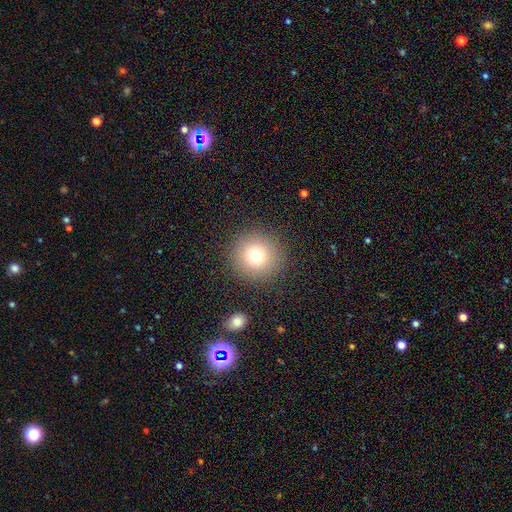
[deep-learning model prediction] Smooth or featured? Predicted: smooth (p=0.75). How rounded? Predicted: round (p=0.95). Merging? Predicted: none (p=0.89).